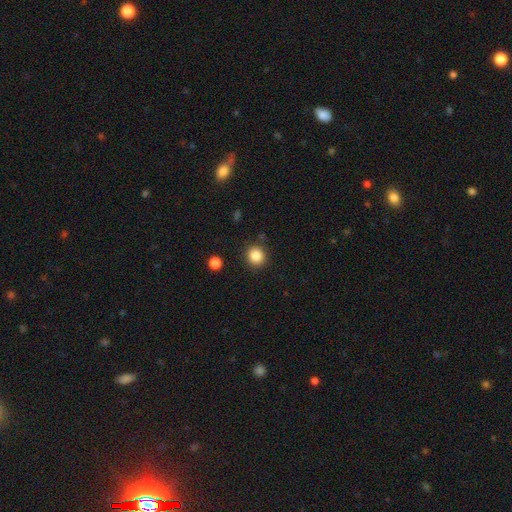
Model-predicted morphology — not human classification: This appears to be a smooth galaxy with no disk features (86%) that is round (89%). Merging: none (87%).